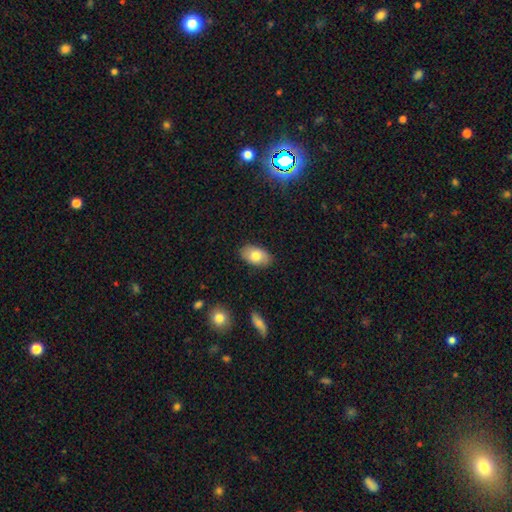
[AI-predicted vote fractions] smooth_or_featured: smooth (p=0.79) [alt: featured or disk p=0.14]
how_rounded: in between (p=0.93) [alt: round p=0.06]
merging: none (p=0.86) [alt: minor disturbance p=0.11]